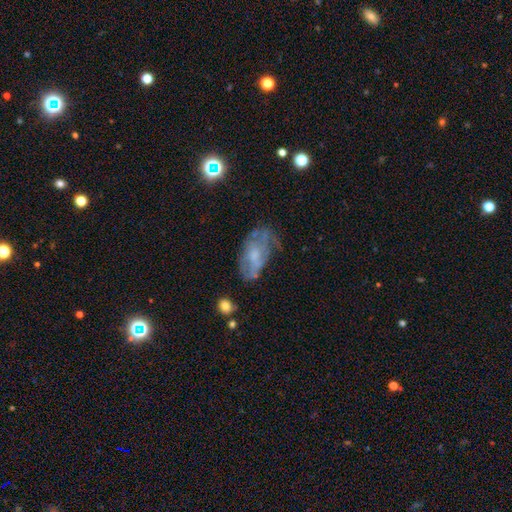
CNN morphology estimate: smooth_or_featured: featured or disk (p=0.57) [alt: smooth p=0.33]
disk_edge_on: no (p=0.93) [alt: yes p=0.07]
bar: no (p=0.70) [alt: weak p=0.25]
has_spiral_arms: no (p=0.53) [alt: yes p=0.47]
bulge_size: small (p=0.38) [tied with: moderate p=0.38]
merging: none (p=0.52) [alt: minor disturbance p=0.27]